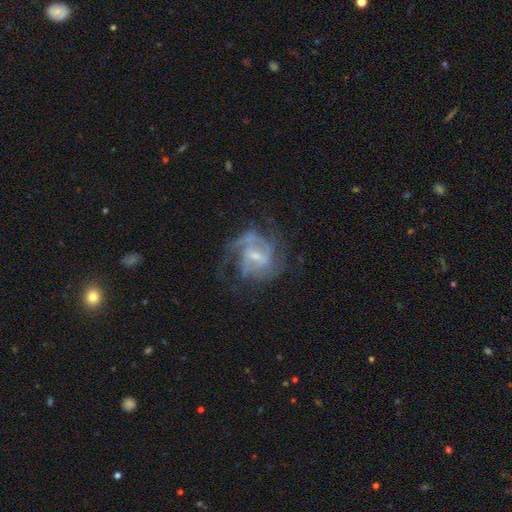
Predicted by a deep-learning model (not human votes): Q: Smooth or featured?
A: featured or disk (83%); runner-up: smooth (10%)
Q: Edge-on disk?
A: no (97%); runner-up: yes (3%)
Q: Bar?
A: weak (55%); runner-up: no (24%)
Q: Spiral arms?
A: yes (91%); runner-up: no (9%)
Q: Spiral winding?
A: medium (46%); runner-up: tight (35%)
Q: Spiral arm count?
A: 2 (35%); runner-up: can't tell (26%)
Q: Bulge size?
A: small (56%); runner-up: moderate (32%)
Q: Merging?
A: none (56%); runner-up: major disturbance (23%)